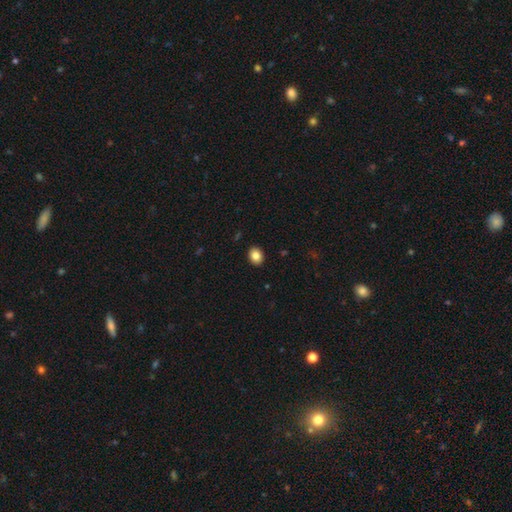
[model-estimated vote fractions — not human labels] smooth_or_featured: smooth (p=0.85) [alt: star or artifact p=0.09]
how_rounded: in between (p=0.54) [alt: round p=0.45]
merging: none (p=0.91) [alt: minor disturbance p=0.06]